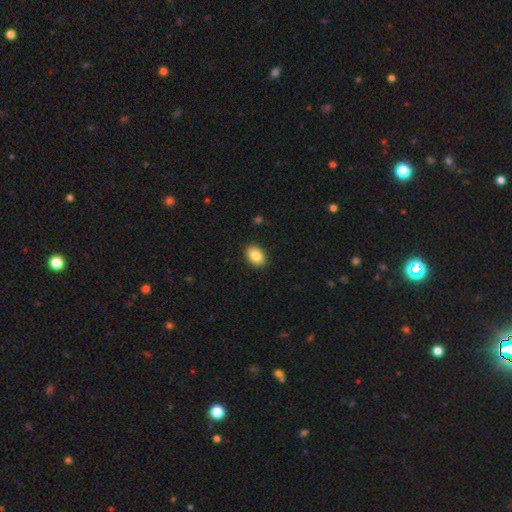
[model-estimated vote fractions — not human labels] Smooth or featured? Predicted: smooth (p=0.85). How rounded? Predicted: in between (p=0.82). Merging? Predicted: none (p=0.90).